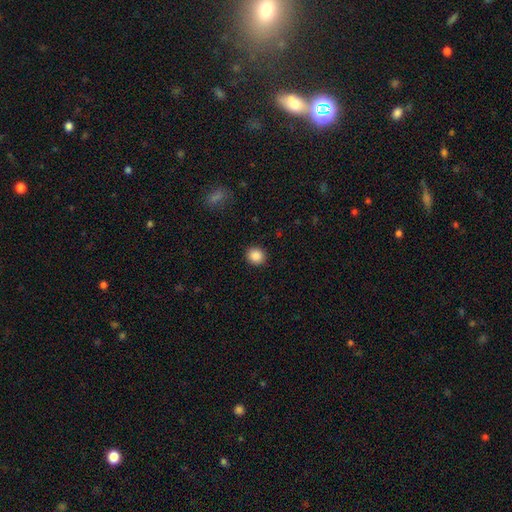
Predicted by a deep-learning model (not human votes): A smooth galaxy with no disk features (88%) that is round (86%). Merging: none (92%).